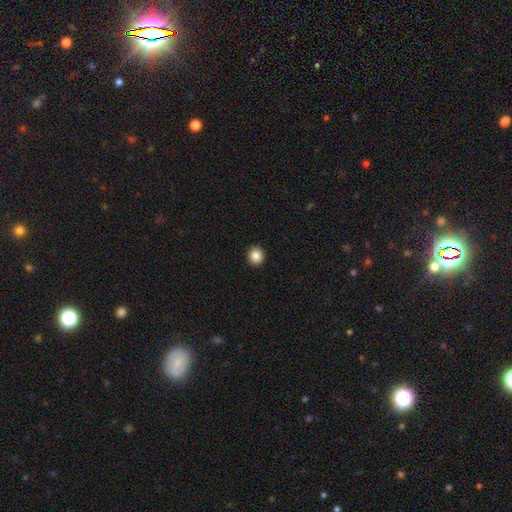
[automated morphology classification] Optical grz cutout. It shows a smooth galaxy with no disk features (86%) that is round (90%). Merging: none (93%).